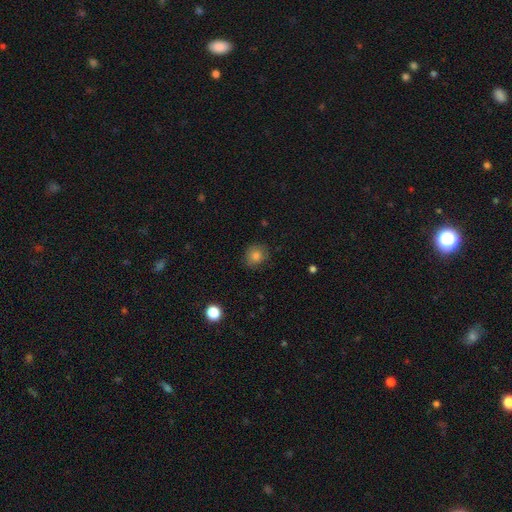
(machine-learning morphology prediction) Smooth or featured? smooth (82%)
How rounded? round (82%)
Merging? none (81%)